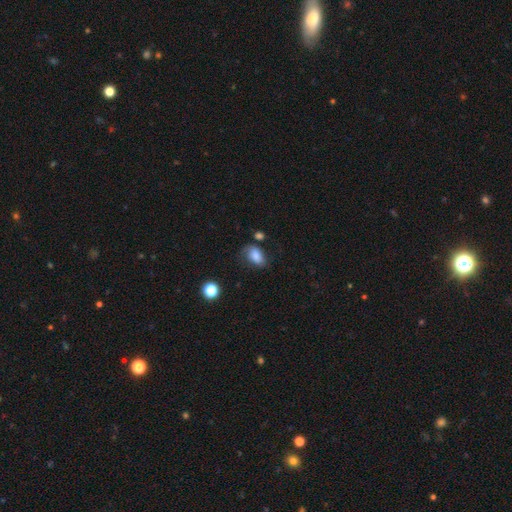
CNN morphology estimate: This appears to be a smooth galaxy with no disk features (74%) that is in between round and cigar-shaped (87%). Merging: none (48%).